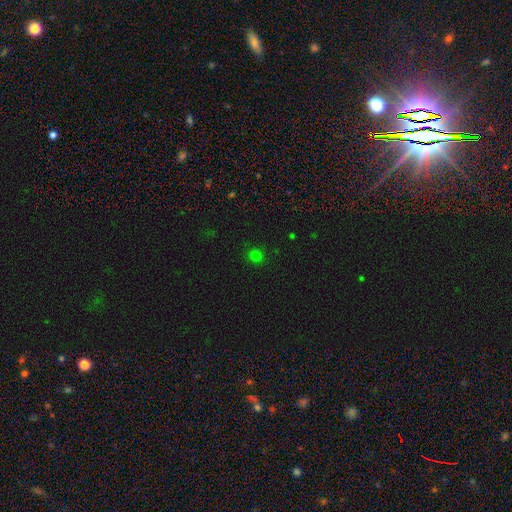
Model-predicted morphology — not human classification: smooth 75%, star or artifact 20%, featured or disk 4%. Down the decision tree: how rounded — round (87%); merging — none (90%).